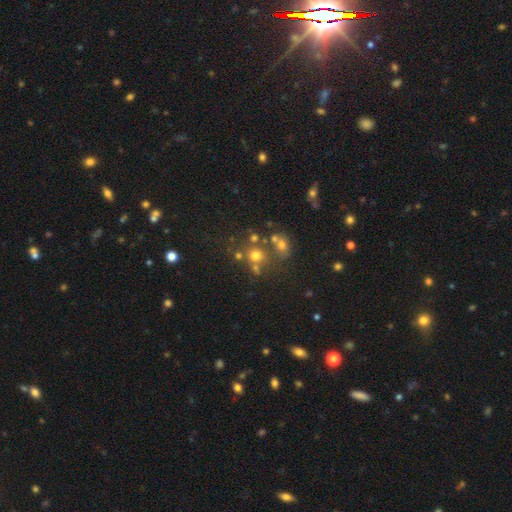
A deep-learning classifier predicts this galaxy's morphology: Smooth or featured?
  - smooth: 63% *
  - star or artifact: 23%
  - featured or disk: 14%
How rounded?
  - round: 83% *
  - in between: 16%
  - cigar-shaped: 1%
Merging?
  - none: 58% *
  - merger: 26%
  - minor disturbance: 11%
  - major disturbance: 6%